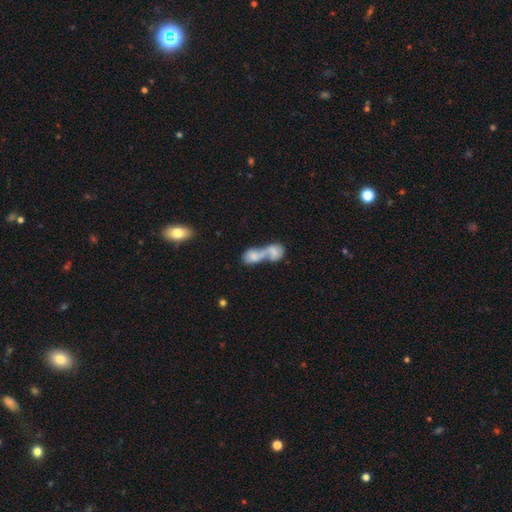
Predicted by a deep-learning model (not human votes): Smooth or featured?
  - smooth: 70% *
  - featured or disk: 22%
  - star or artifact: 8%
How rounded?
  - in between: 64% *
  - round: 30%
  - cigar-shaped: 6%
Merging?
  - merger: 83% *
  - none: 9%
  - major disturbance: 5%
  - minor disturbance: 4%